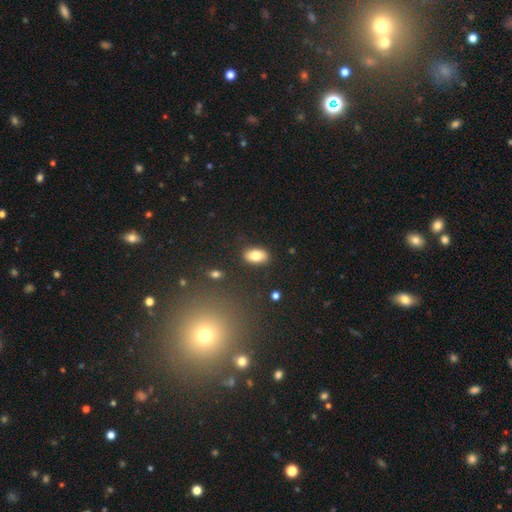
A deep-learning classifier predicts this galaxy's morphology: type=smooth (81%); roundness=in between (91%); merging=none (86%).